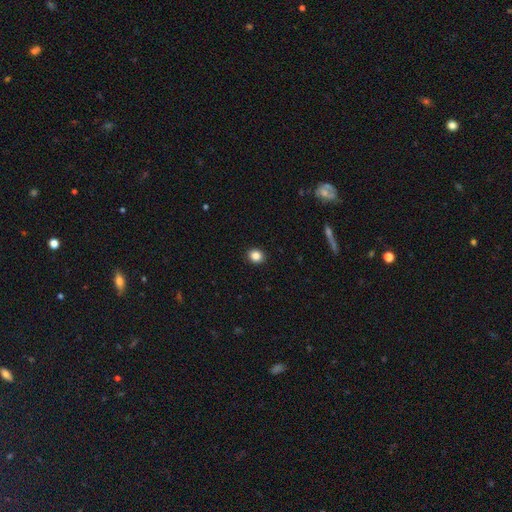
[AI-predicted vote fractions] This is clearly a smooth galaxy (85%). How rounded: likely round (74%). Merging: clearly none (92%).